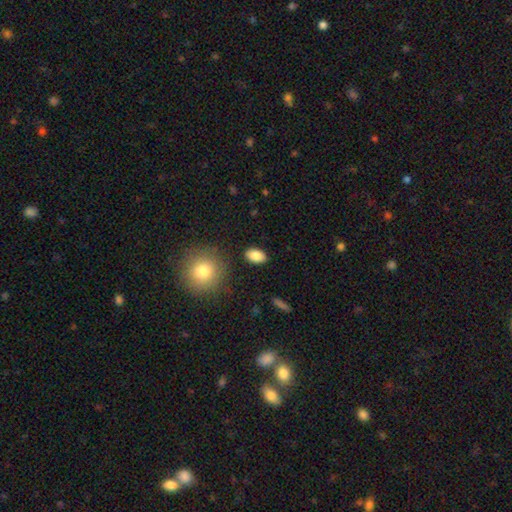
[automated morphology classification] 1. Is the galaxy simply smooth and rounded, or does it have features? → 86% smooth, 8% star or artifact, 6% featured or disk.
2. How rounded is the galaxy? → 88% in between, 10% round, 2% cigar-shaped.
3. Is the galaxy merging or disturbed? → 87% none, 9% minor disturbance, 2% major disturbance, 2% merger.